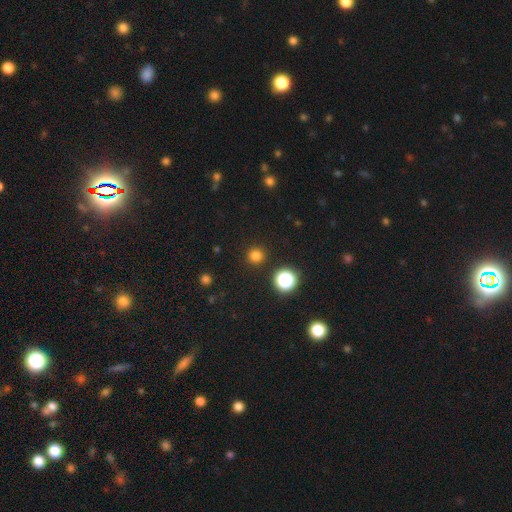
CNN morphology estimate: Smooth or featured? smooth (78%)
How rounded? round (95%)
Merging? none (91%)